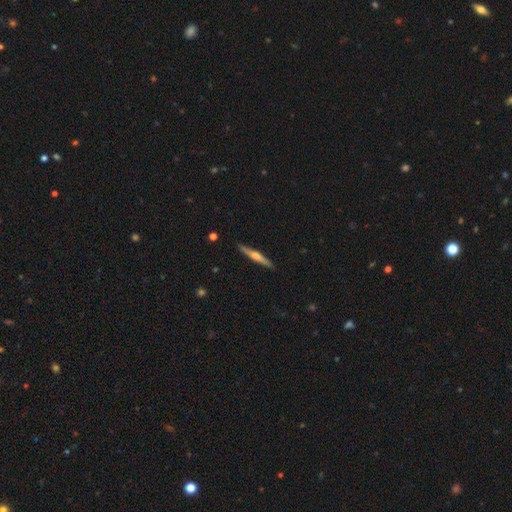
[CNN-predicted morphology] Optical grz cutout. It shows a featured or disk galaxy (63%) viewed edge-on (97%) with a rounded central bulge (83%). Merging: none (90%).